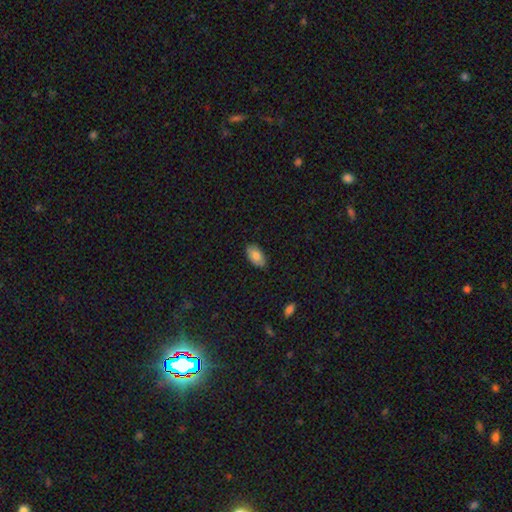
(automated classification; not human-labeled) Smooth or featured?
  - smooth: 81% *
  - featured or disk: 12%
  - star or artifact: 7%
How rounded?
  - in between: 94% *
  - round: 4%
  - cigar-shaped: 2%
Merging?
  - none: 87% *
  - minor disturbance: 10%
  - major disturbance: 2%
  - merger: 1%